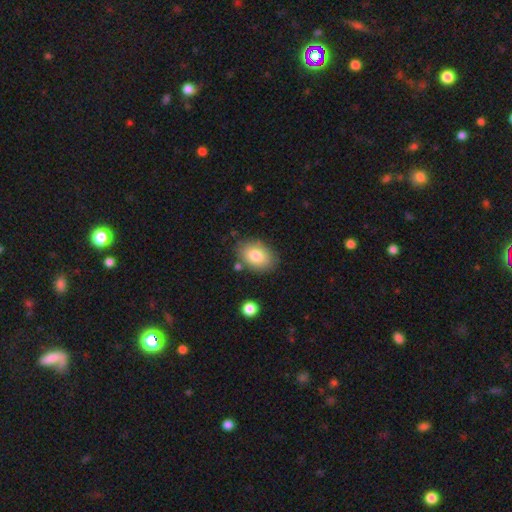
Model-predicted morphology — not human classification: Overall: smooth (81%). How rounded: in between (85%). Merging: none (80%).